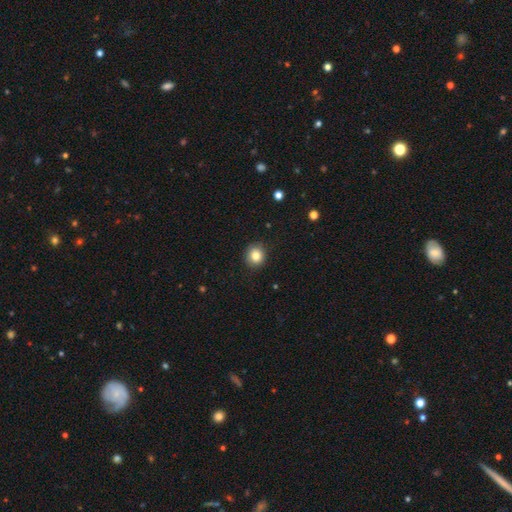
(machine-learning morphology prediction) smooth_or_featured: smooth (p=0.83) [alt: star or artifact p=0.10]
how_rounded: round (p=0.81) [alt: in between p=0.19]
merging: none (p=0.88) [alt: minor disturbance p=0.09]